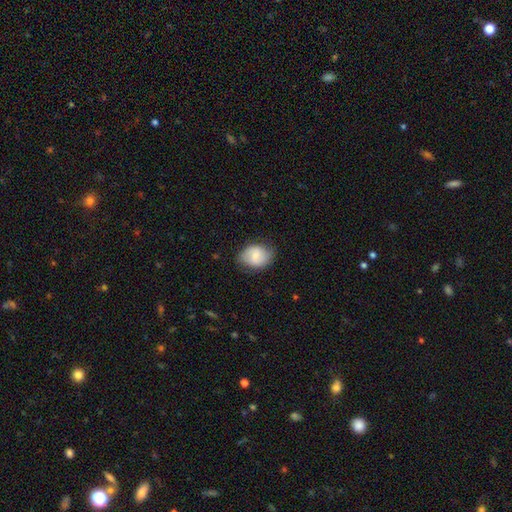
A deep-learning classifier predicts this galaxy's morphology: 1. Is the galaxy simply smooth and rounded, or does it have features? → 72% smooth, 22% featured or disk, 7% star or artifact.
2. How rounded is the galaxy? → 64% in between, 35% round, 1% cigar-shaped.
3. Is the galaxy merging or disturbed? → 75% none, 19% minor disturbance, 5% major disturbance, 1% merger.